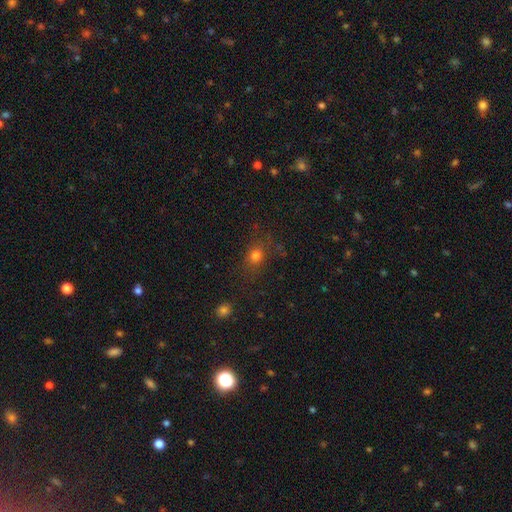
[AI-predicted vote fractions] This appears to be a smooth galaxy with no disk features (73%) that is round (53%). Merging: none (72%).